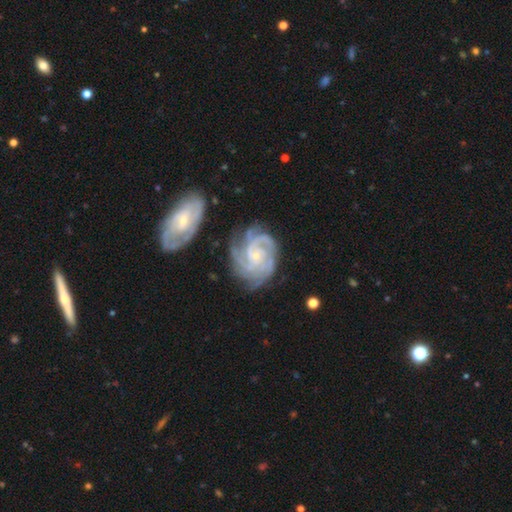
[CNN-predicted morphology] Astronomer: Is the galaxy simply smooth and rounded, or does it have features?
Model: featured or disk — 90%.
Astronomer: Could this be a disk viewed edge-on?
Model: no — 98%.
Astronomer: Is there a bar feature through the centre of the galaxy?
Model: no — 71%.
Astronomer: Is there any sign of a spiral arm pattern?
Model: yes — 98%.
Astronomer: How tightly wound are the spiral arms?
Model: tight — 70%.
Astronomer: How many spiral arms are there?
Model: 3 — 32% (runner-up: 4, 25%).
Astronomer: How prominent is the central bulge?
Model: small — 80%.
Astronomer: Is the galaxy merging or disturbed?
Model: none — 64%.